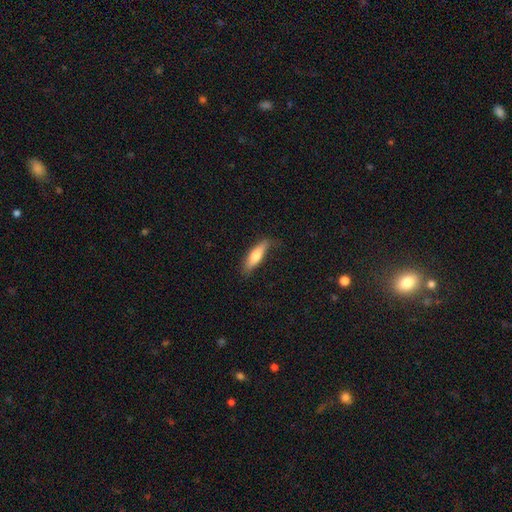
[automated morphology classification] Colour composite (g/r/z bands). It shows a smooth galaxy with no disk features (70%) that is cigar-shaped (55%). Merging: none (66%).